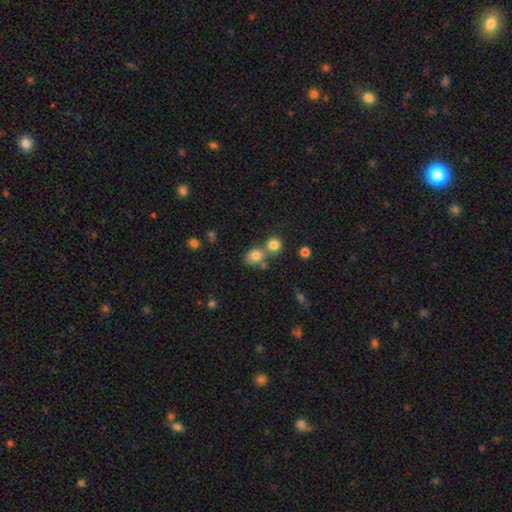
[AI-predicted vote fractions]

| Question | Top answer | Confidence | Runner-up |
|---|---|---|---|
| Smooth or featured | smooth | 79% | star or artifact (12%) |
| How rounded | round | 54% | in between (45%) |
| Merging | none | 47% | merger (38%) |